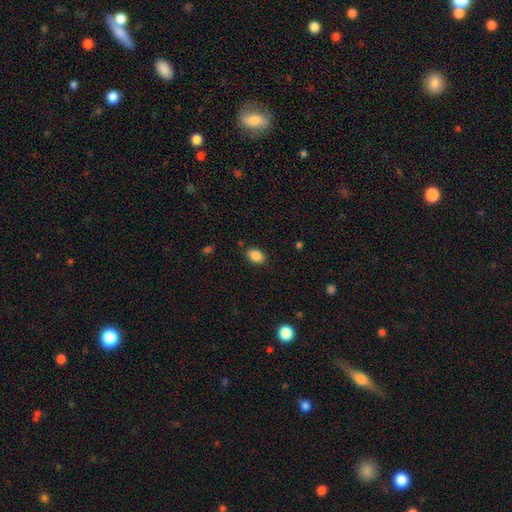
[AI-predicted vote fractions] A smooth galaxy with no disk features (87%) that is in between round and cigar-shaped (82%).

Vote fractions:
- Smooth or featured? smooth: 87% / star or artifact: 8% / featured or disk: 5%
- How rounded? in between: 82% / round: 16% / cigar-shaped: 1%
- Merging? none: 84% / minor disturbance: 11% / major disturbance: 3% / merger: 2%